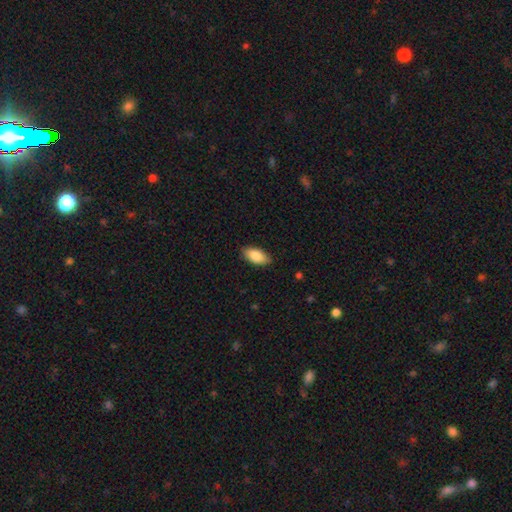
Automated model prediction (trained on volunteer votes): This appears to be a smooth galaxy with no disk features (87%) that is in between round and cigar-shaped (93%). Merging: none (86%).